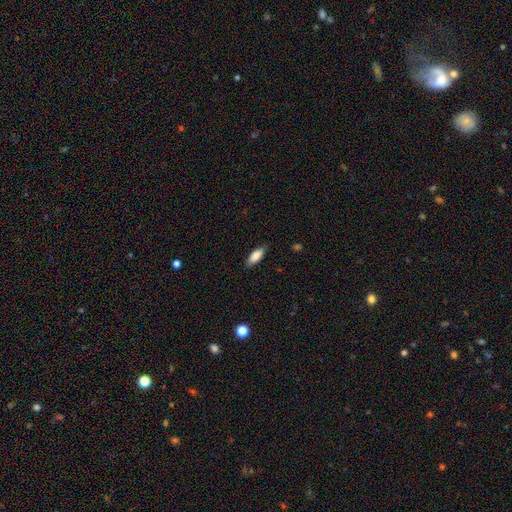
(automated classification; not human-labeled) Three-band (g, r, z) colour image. It shows a smooth galaxy with no disk features (82%) that is in between round and cigar-shaped (72%). Merging: none (84%).